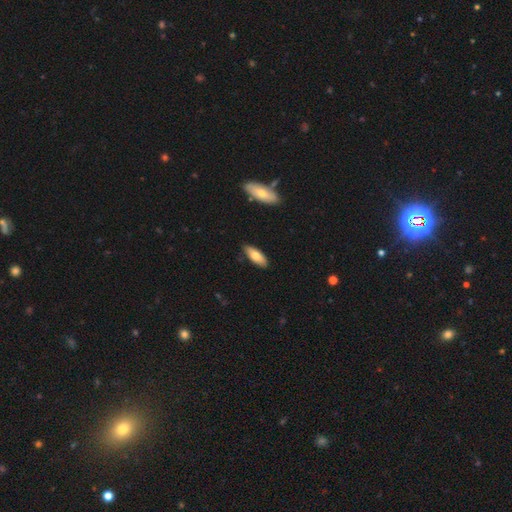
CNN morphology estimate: smooth_or_featured: smooth (p=0.76) [alt: featured or disk p=0.18]
how_rounded: in between (p=0.70) [alt: cigar-shaped p=0.28]
merging: none (p=0.85) [alt: minor disturbance p=0.12]